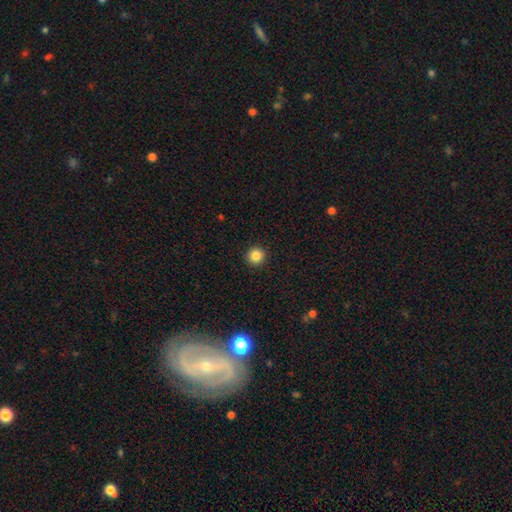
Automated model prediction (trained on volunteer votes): A smooth galaxy with no disk features (85%) that is round (96%). Merging: none (93%).